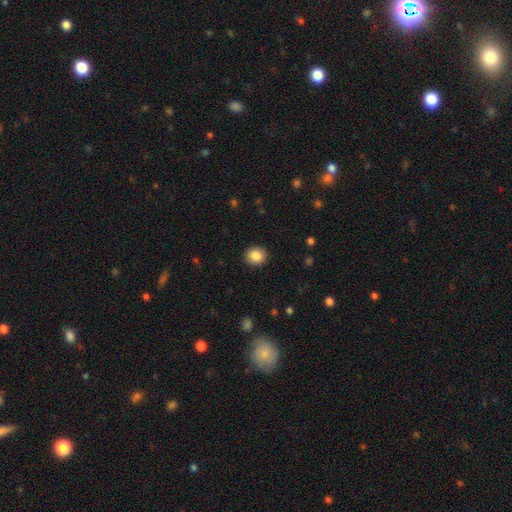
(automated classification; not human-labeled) A smooth galaxy with no disk features (87%) that is round (76%). Merging: none (91%).